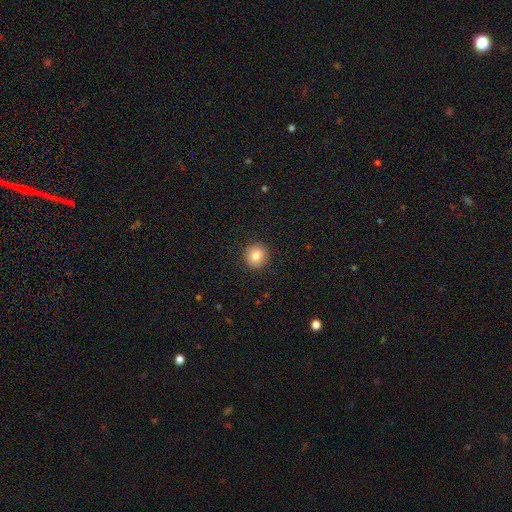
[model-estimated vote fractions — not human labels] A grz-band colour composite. It shows a smooth galaxy with no disk features (83%) that is round (90%). Merging: none (90%).